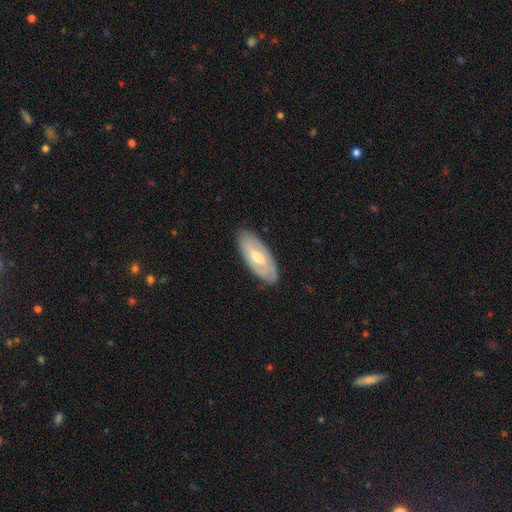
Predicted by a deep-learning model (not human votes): This appears to be a featured or disk galaxy (54%). Merging: none (85%).